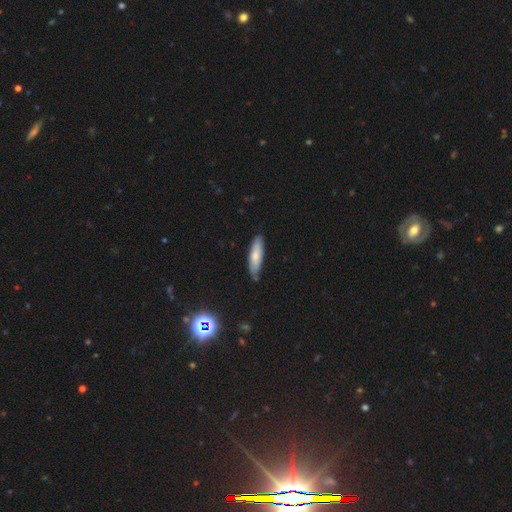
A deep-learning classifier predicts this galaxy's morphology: Smooth or featured?
  - smooth: 73% *
  - featured or disk: 21%
  - star or artifact: 6%
How rounded?
  - cigar-shaped: 62% *
  - in between: 36%
  - round: 2%
Merging?
  - none: 82% *
  - minor disturbance: 14%
  - major disturbance: 2%
  - merger: 2%